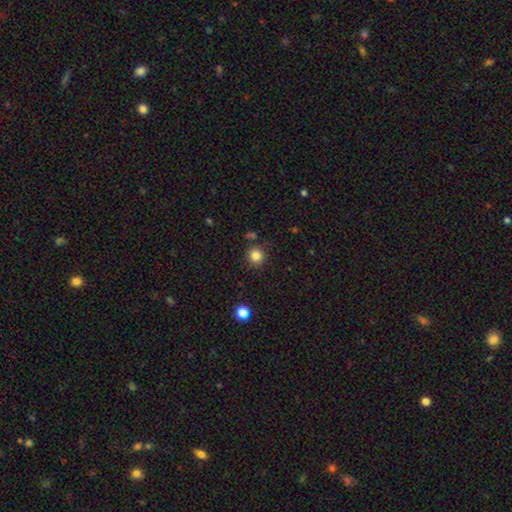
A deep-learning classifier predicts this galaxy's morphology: The model was most divided on "smooth or featured": smooth: 84%, star or artifact: 12%, featured or disk: 4%. More confident: how rounded — round (93%); merging — none (86%).